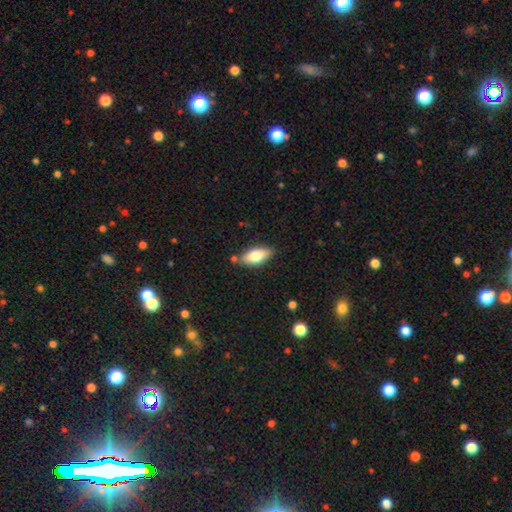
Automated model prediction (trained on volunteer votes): smooth_or_featured: smooth (p=0.77) [alt: featured or disk p=0.17]
how_rounded: in between (p=0.87) [alt: cigar-shaped p=0.10]
merging: none (p=0.80) [alt: minor disturbance p=0.13]